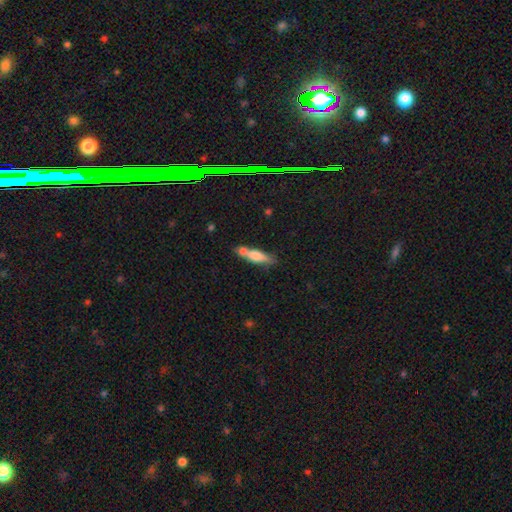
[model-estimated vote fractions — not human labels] Smooth or featured?
  - smooth: 67% *
  - featured or disk: 26%
  - star or artifact: 7%
How rounded?
  - cigar-shaped: 67% *
  - in between: 30%
  - round: 3%
Merging?
  - none: 45% *
  - merger: 33%
  - minor disturbance: 16%
  - major disturbance: 6%